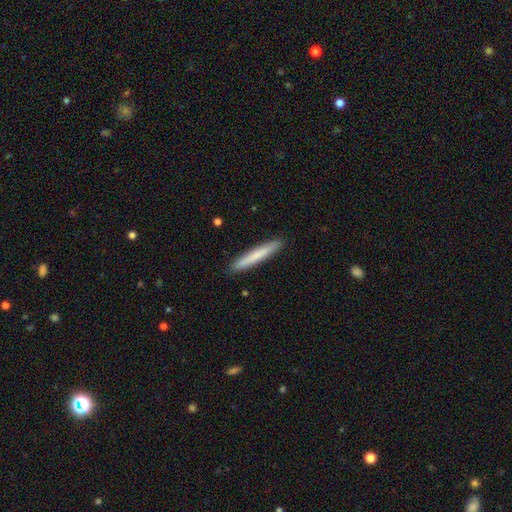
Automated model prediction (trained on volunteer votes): Smooth or featured? Predicted: smooth (p=0.73). How rounded? Predicted: cigar-shaped (p=0.96). Merging? Predicted: none (p=0.92).